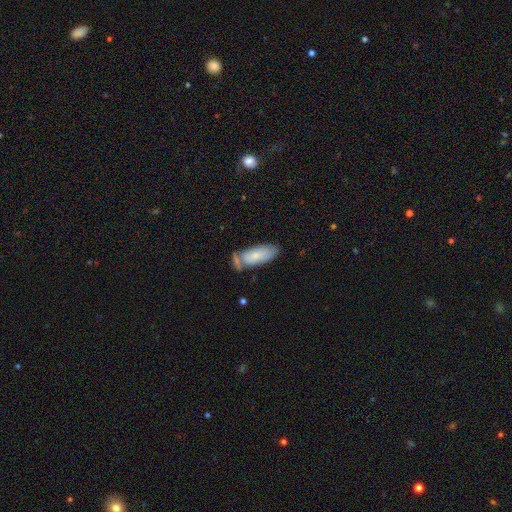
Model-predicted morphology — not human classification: smooth_or_featured: smooth (p=0.72) [alt: featured or disk p=0.22]
how_rounded: in between (p=0.80) [alt: cigar-shaped p=0.18]
merging: none (p=0.50) [alt: minor disturbance p=0.23]